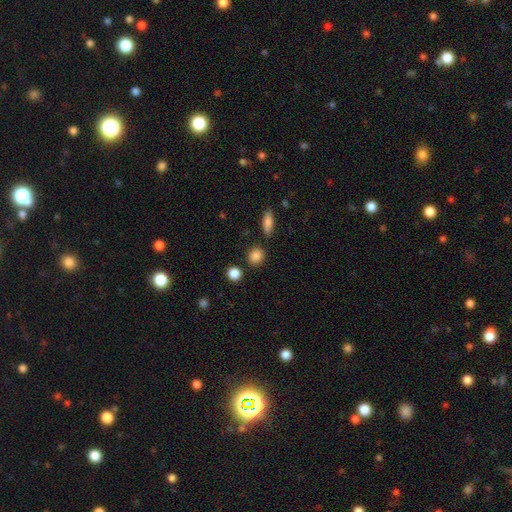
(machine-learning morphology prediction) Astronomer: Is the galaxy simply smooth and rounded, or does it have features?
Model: smooth — 87%.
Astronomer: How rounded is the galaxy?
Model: round — 77%.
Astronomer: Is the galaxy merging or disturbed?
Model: none — 84%.